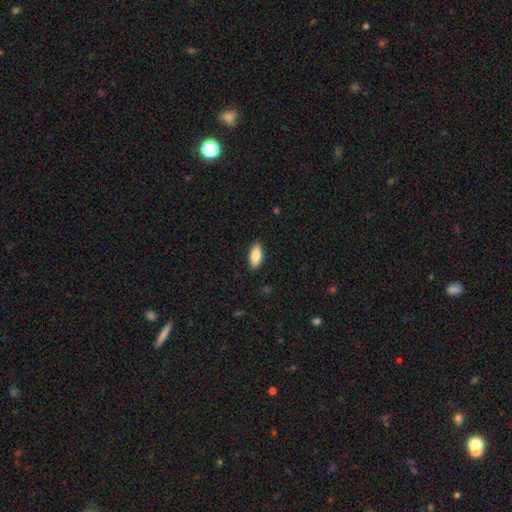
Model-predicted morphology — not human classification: Smooth or featured?
  - smooth: 83% *
  - featured or disk: 11%
  - star or artifact: 6%
How rounded?
  - in between: 90% *
  - cigar-shaped: 8%
  - round: 2%
Merging?
  - none: 89% *
  - minor disturbance: 8%
  - major disturbance: 2%
  - merger: 1%